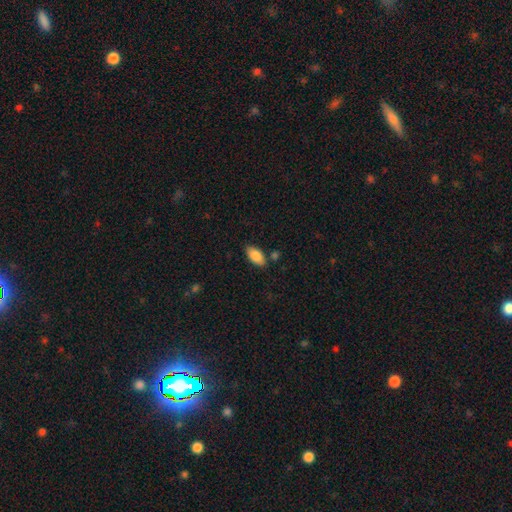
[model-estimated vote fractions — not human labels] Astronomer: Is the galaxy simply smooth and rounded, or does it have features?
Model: smooth — 86%.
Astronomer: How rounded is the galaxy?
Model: in between — 93%.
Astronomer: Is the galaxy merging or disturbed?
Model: none — 80%.